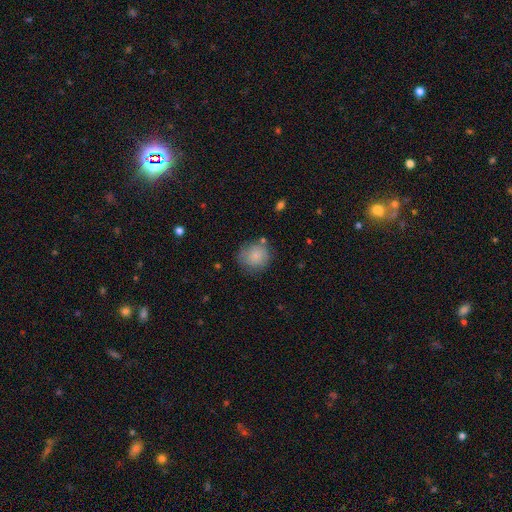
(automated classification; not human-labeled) Q: Smooth or featured?
A: smooth (82%); runner-up: featured or disk (10%)
Q: How rounded?
A: round (82%); runner-up: in between (17%)
Q: Merging?
A: none (68%); runner-up: minor disturbance (21%)